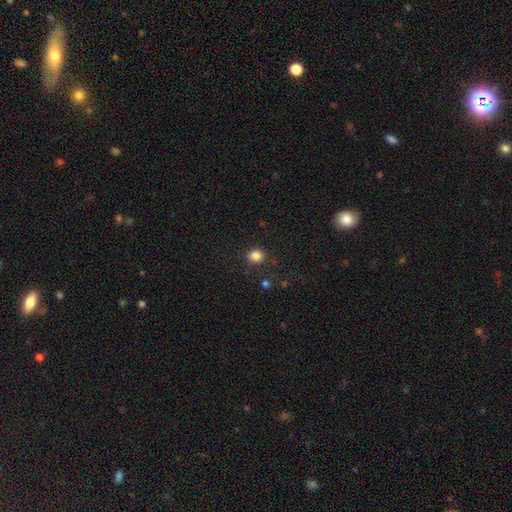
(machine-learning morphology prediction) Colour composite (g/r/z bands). It shows a smooth galaxy with no disk features (84%) that is round (82%). Merging: none (87%).